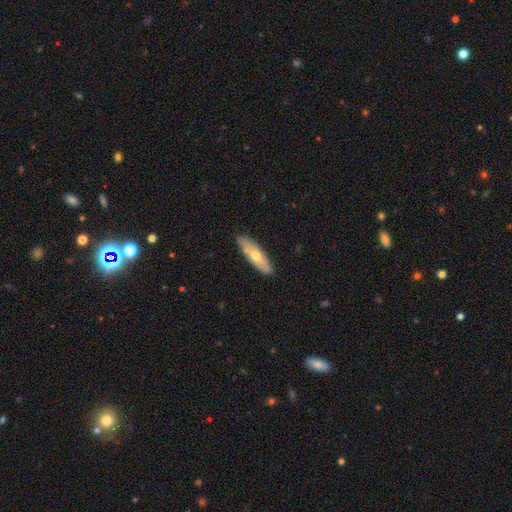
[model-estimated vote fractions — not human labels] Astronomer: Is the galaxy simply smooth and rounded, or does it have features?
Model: smooth — 54% (runner-up: featured or disk, 41%).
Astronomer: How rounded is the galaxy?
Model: cigar-shaped — 60% (runner-up: in between, 38%).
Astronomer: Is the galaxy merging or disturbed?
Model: none — 84%.